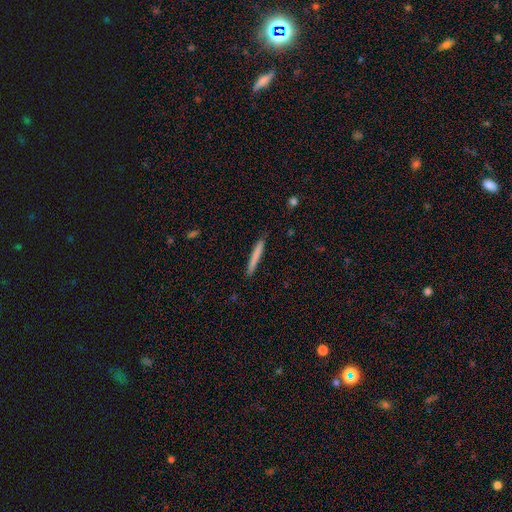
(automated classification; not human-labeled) Smooth or featured? Predicted: smooth (p=0.74). How rounded? Predicted: cigar-shaped (p=0.97). Merging? Predicted: none (p=0.90).